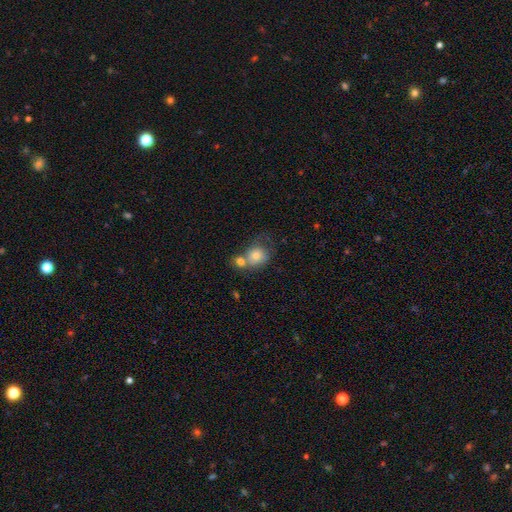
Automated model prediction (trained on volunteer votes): Q: Smooth or featured?
A: smooth (73%); runner-up: featured or disk (17%)
Q: How rounded?
A: round (69%); runner-up: in between (30%)
Q: Merging?
A: merger (51%); runner-up: none (29%)